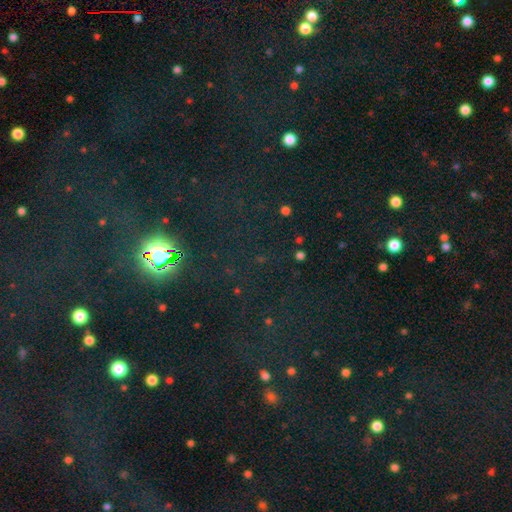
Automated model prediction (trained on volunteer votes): Smooth or featured: star or artifact — 76% (smooth — 16%)